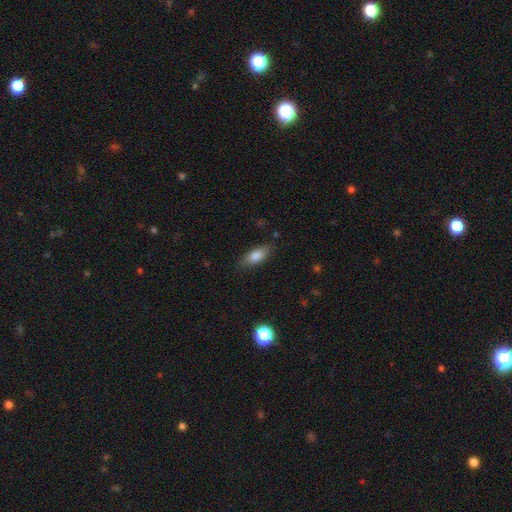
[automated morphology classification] smooth-or-featured: smooth: 80% | featured or disk: 13% | star or artifact: 7%
  how-rounded: in between: 79% | cigar-shaped: 18% | round: 3%
  merging: none: 81% | minor disturbance: 14% | major disturbance: 3% | merger: 1%